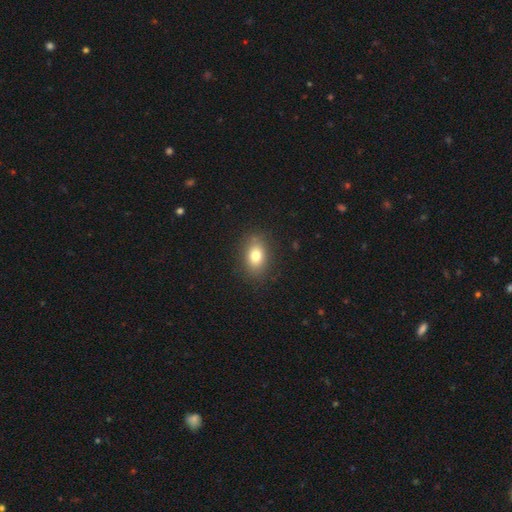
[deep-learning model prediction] smooth-or-featured: smooth: 78% | featured or disk: 12% | star or artifact: 10%
  how-rounded: in between: 79% | round: 19% | cigar-shaped: 2%
  merging: none: 85% | minor disturbance: 10% | major disturbance: 3% | merger: 1%